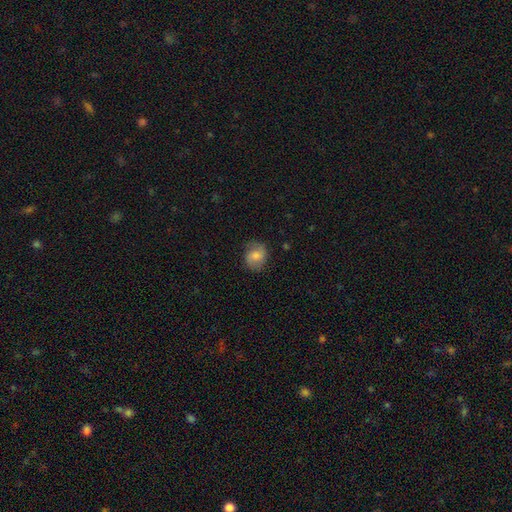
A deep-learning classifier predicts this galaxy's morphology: This is likely a smooth galaxy (68%). How rounded: likely round (67%). Merging: likely none (75%).